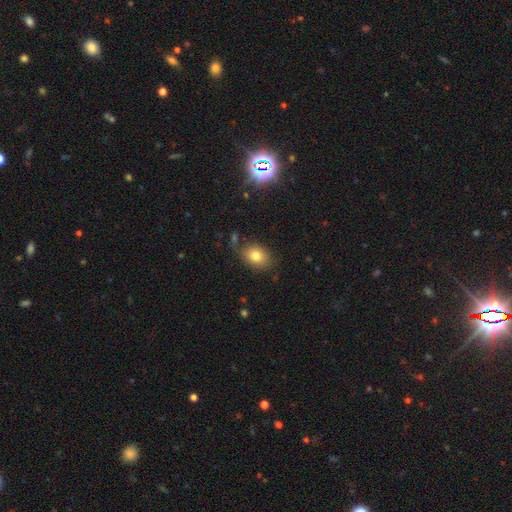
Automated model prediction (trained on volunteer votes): smooth 79%, star or artifact 11%, featured or disk 10%. Down the decision tree: how rounded — in between (67%); merging — none (76%).